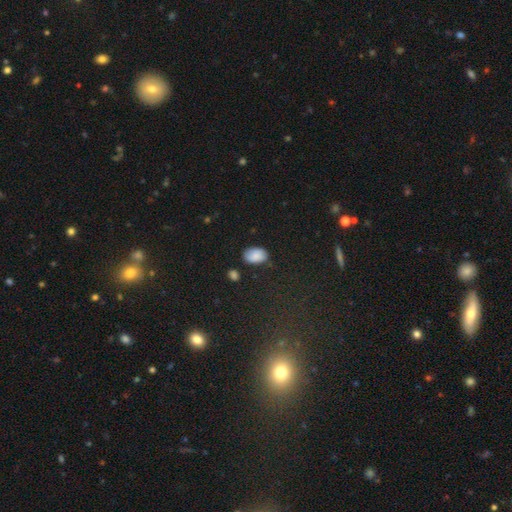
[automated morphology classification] smooth-or-featured: smooth: 84% | star or artifact: 8% | featured or disk: 7%
  how-rounded: in between: 91% | round: 8% | cigar-shaped: 1%
  merging: none: 73% | minor disturbance: 20% | major disturbance: 4% | merger: 3%